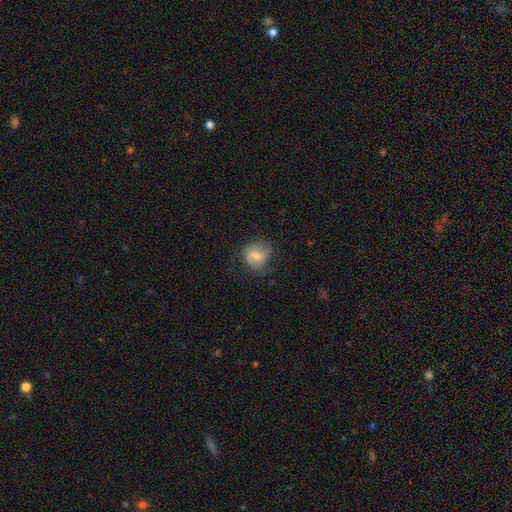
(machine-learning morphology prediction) Smooth or featured? Predicted: smooth (p=0.54). How rounded? Predicted: round (p=0.75). Merging? Predicted: none (p=0.62).